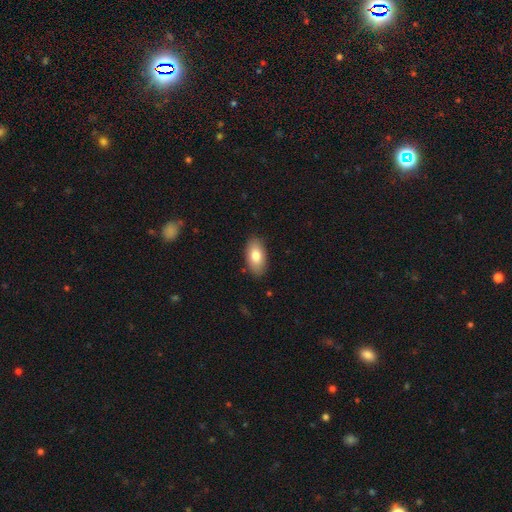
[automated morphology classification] This is clearly a smooth galaxy (81%). How rounded: clearly in between (93%). Merging: clearly none (86%).